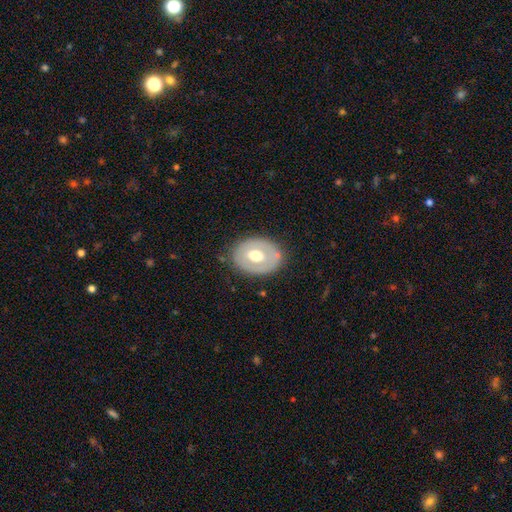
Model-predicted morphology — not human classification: featured or disk 47% (tied), smooth 47% (tied), star or artifact 6%. Down the decision tree: merging — none (78%).